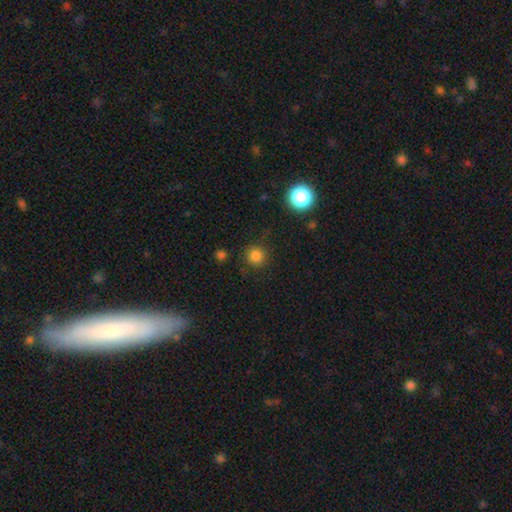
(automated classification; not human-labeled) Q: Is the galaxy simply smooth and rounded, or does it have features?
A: smooth — 81%.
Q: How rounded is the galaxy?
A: round — 92%.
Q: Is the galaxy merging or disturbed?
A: none — 85%.